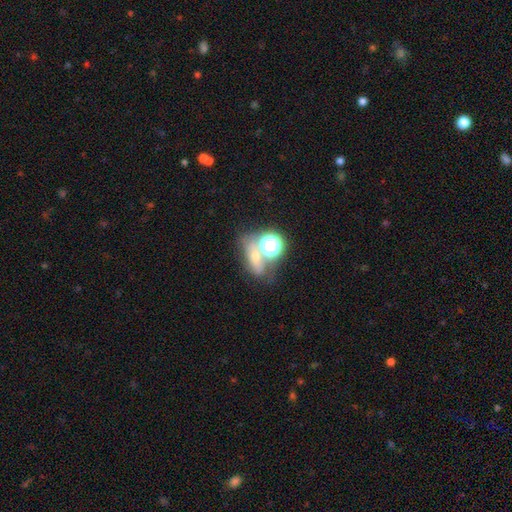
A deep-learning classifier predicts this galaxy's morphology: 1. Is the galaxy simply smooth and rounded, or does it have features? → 41% star or artifact, 37% smooth, 22% featured or disk.